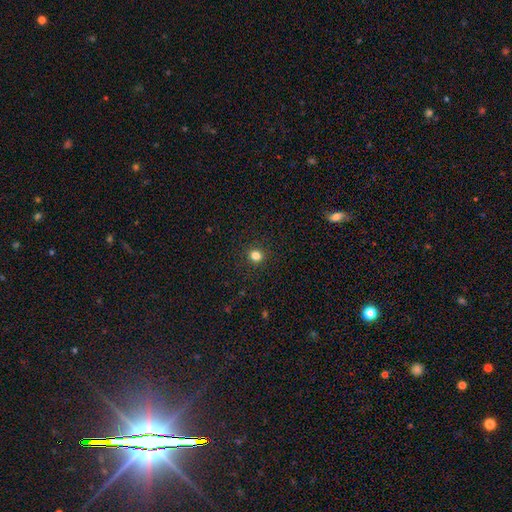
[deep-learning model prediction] smooth 82%, star or artifact 14%, featured or disk 5%. Down the decision tree: how rounded — round (86%); merging — none (92%).